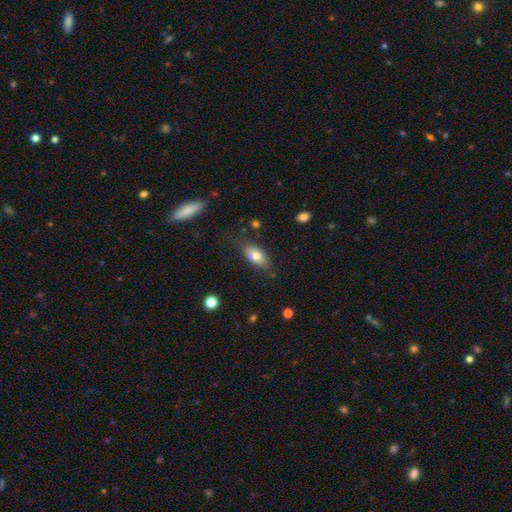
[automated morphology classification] A smooth galaxy with no disk features (76%) that is in between round and cigar-shaped (89%). Merging: none (73%).